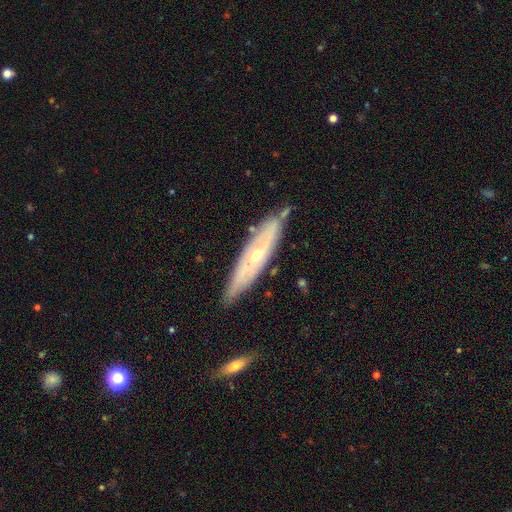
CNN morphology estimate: smooth_or_featured: featured or disk (p=0.65) [alt: smooth p=0.28]
disk_edge_on: yes (p=0.51) [alt: no p=0.49]
merging: none (p=0.77) [alt: minor disturbance p=0.17]